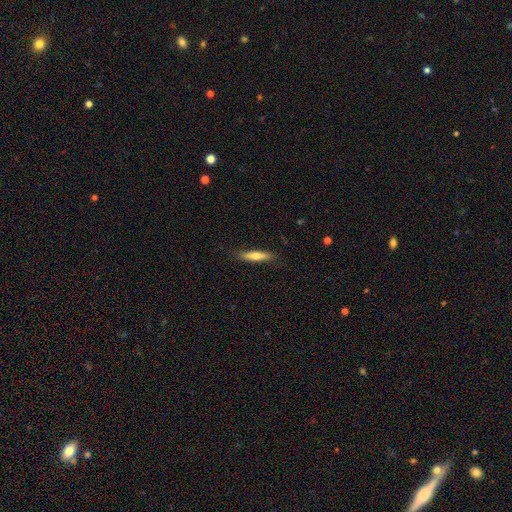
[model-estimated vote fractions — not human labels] Smooth or featured: smooth — 65% (featured or disk — 29%)
How rounded: cigar-shaped — 83% (in between — 15%)
Merging: none — 85% (minor disturbance — 12%)